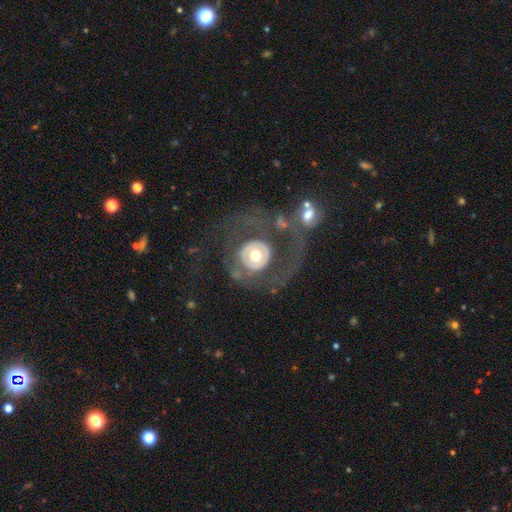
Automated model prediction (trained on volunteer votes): A featured or disk galaxy (62%) with no bar (84%), no spiral arms (64%) and a moderate central bulge (66%). Merging: none (46%).